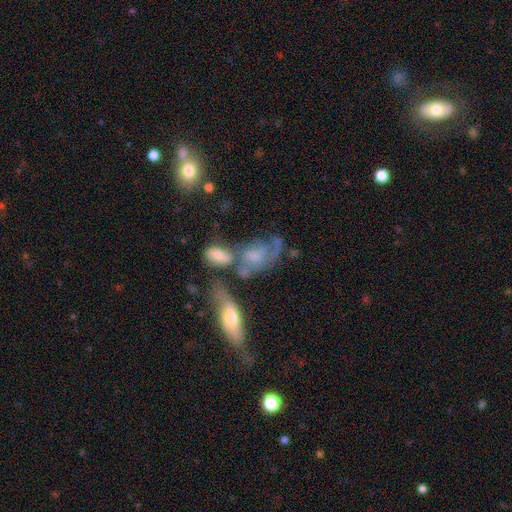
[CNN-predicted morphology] Smooth or featured? featured or disk (53%)
Edge-on disk? no (90%)
Merging? merger (34%)